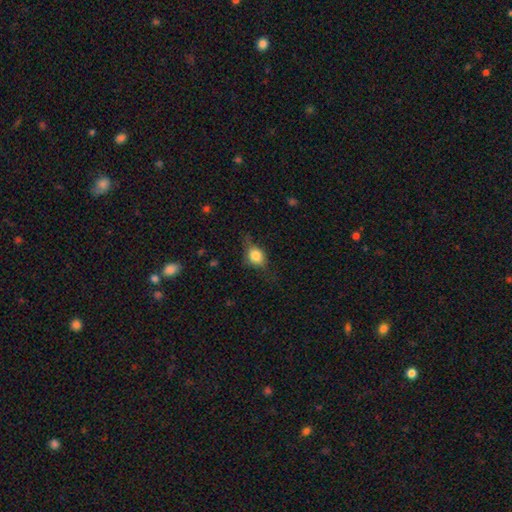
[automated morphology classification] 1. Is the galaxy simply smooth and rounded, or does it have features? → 75% smooth, 16% featured or disk, 9% star or artifact.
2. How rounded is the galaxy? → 52% round, 45% in between, 2% cigar-shaped.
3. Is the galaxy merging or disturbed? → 59% none, 28% minor disturbance, 11% major disturbance, 1% merger.